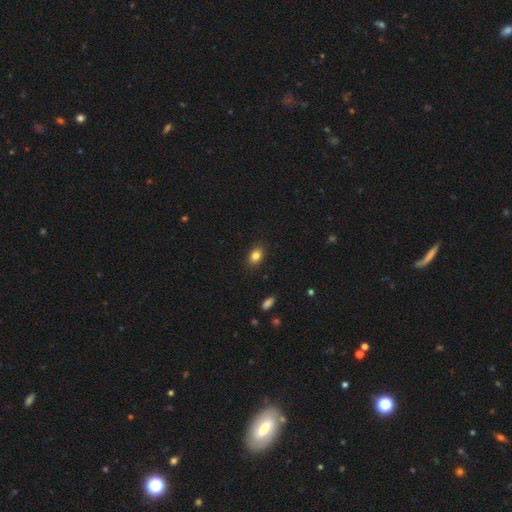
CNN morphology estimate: type=smooth (84%); roundness=in between (81%); merging=none (87%).